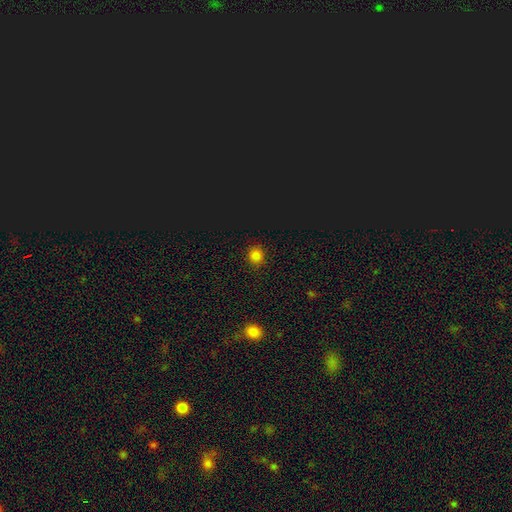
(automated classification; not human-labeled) Q: Smooth or featured?
A: smooth (79%); runner-up: star or artifact (17%)
Q: How rounded?
A: round (89%); runner-up: in between (10%)
Q: Merging?
A: none (90%); runner-up: minor disturbance (7%)